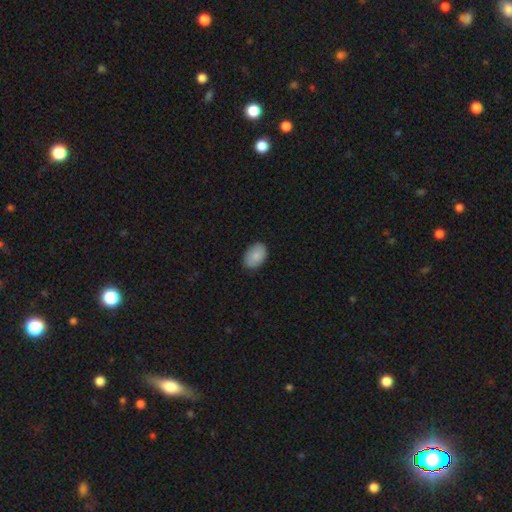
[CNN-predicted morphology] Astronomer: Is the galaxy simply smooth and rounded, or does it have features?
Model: smooth — 87%.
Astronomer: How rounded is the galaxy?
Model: in between — 85%.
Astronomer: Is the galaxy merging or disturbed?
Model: none — 86%.